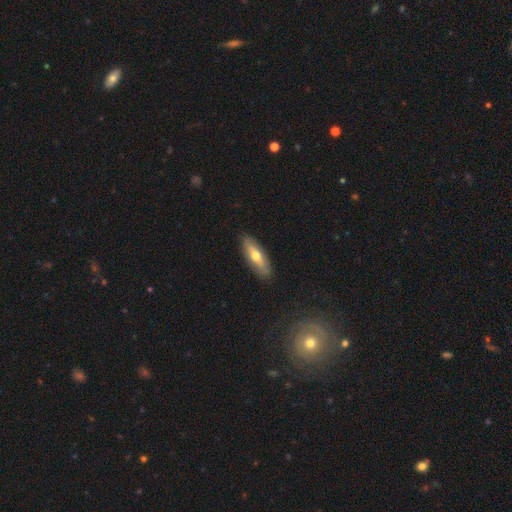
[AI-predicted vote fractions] Smooth or featured? Predicted: smooth (p=0.54). How rounded? Predicted: in between (p=0.52). Merging? Predicted: none (p=0.88).